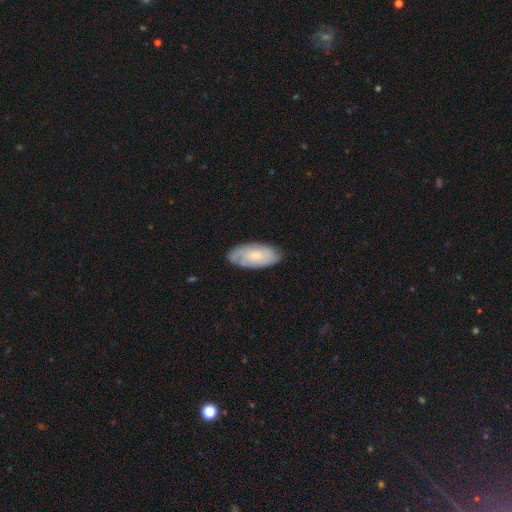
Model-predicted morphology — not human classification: Smooth or featured? smooth (55%)
How rounded? in between (90%)
Merging? none (79%)